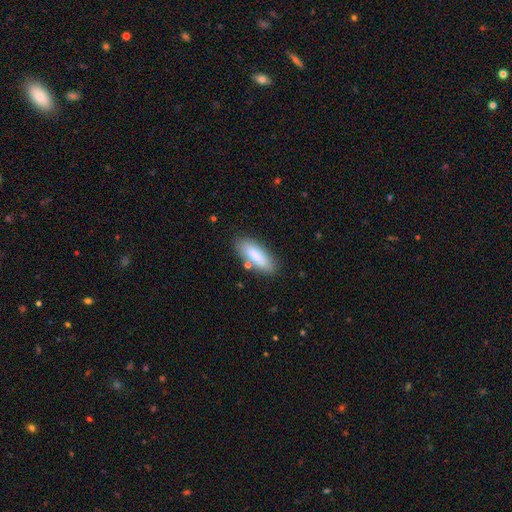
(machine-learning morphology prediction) Smooth or featured?
  - smooth: 81% *
  - featured or disk: 12%
  - star or artifact: 7%
How rounded?
  - in between: 58% *
  - cigar-shaped: 40%
  - round: 2%
Merging?
  - none: 80% *
  - minor disturbance: 12%
  - merger: 5%
  - major disturbance: 3%